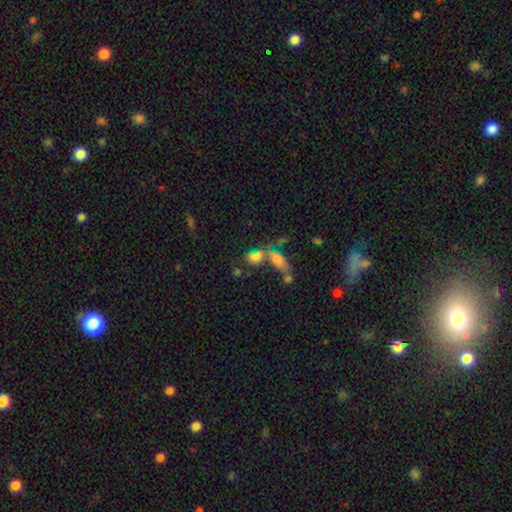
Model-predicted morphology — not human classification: The model was most divided on "merging": none: 41%, merger: 40%, minor disturbance: 12%, major disturbance: 8%. More confident: how rounded — in between (72%); smooth or featured — smooth (71%).